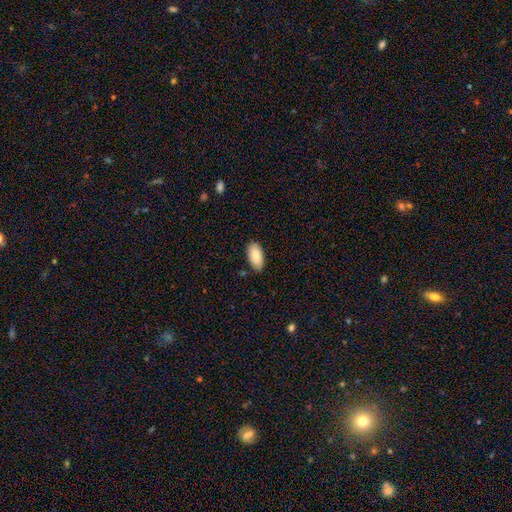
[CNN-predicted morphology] Smooth or featured?
  - smooth: 86% *
  - featured or disk: 8%
  - star or artifact: 6%
How rounded?
  - in between: 94% *
  - cigar-shaped: 4%
  - round: 2%
Merging?
  - none: 82% *
  - minor disturbance: 14%
  - major disturbance: 2%
  - merger: 2%